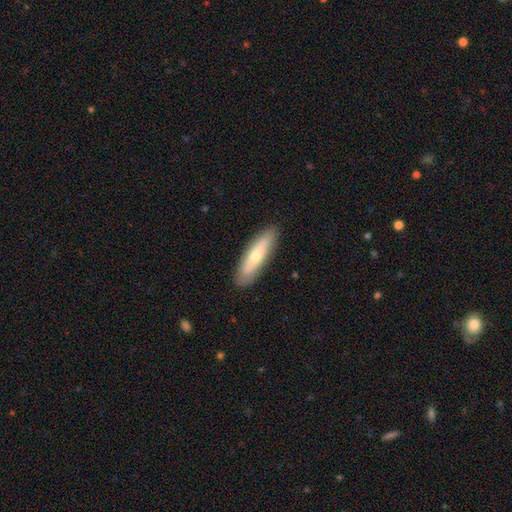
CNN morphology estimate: smooth-or-featured: smooth: 59% | featured or disk: 36% | star or artifact: 6%
  how-rounded: cigar-shaped: 66% | in between: 32% | round: 2%
  merging: none: 87% | minor disturbance: 10% | major disturbance: 2% | merger: 1%